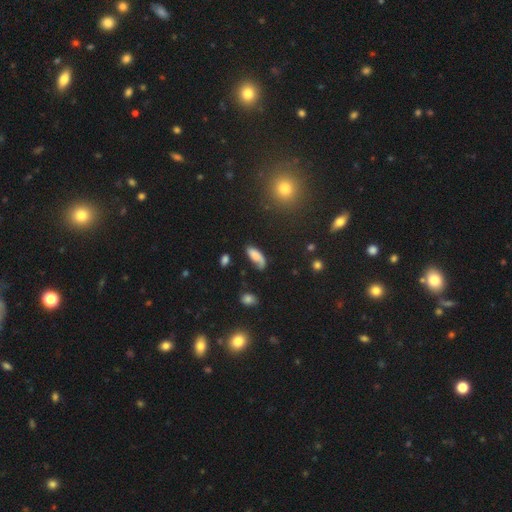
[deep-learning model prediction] Smooth or featured: smooth — 65% (featured or disk — 26%)
How rounded: in between — 77% (cigar-shaped — 20%)
Merging: none — 48% (minor disturbance — 30%)